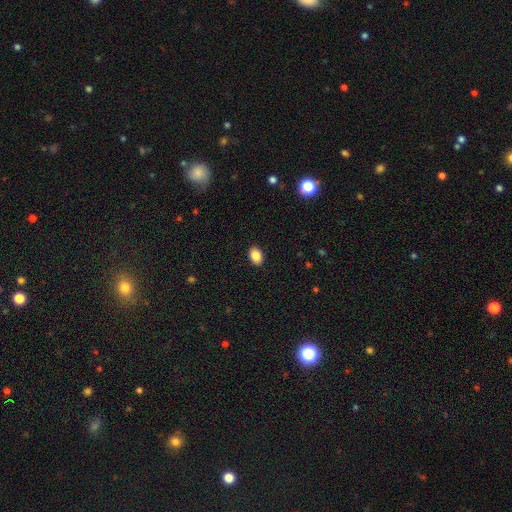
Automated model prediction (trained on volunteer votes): Smooth or featured?
  - smooth: 87% *
  - star or artifact: 8%
  - featured or disk: 5%
How rounded?
  - in between: 81% *
  - round: 17%
  - cigar-shaped: 1%
Merging?
  - none: 90% *
  - minor disturbance: 7%
  - major disturbance: 2%
  - merger: 1%